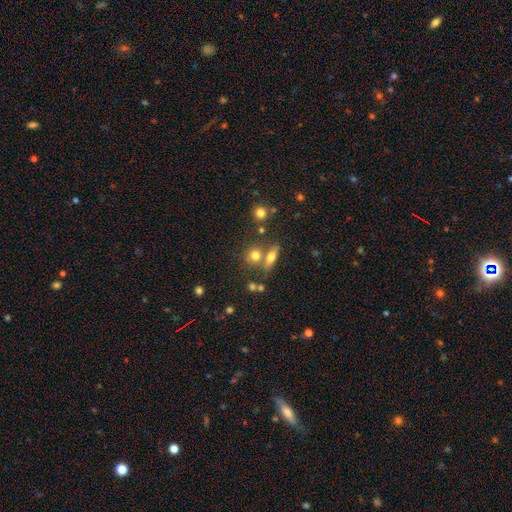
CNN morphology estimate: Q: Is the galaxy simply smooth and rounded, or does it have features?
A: smooth — 72%.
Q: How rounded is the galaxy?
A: round — 66%.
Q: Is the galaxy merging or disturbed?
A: none — 54%.